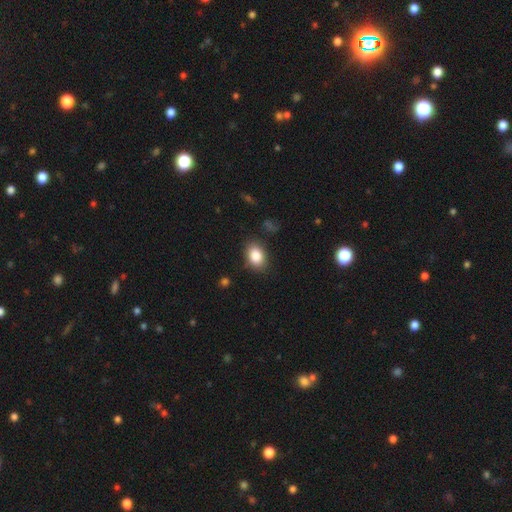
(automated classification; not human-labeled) Smooth or featured?
  - smooth: 86% *
  - star or artifact: 8%
  - featured or disk: 6%
How rounded?
  - in between: 76% *
  - round: 23%
  - cigar-shaped: 1%
Merging?
  - none: 83% *
  - minor disturbance: 12%
  - major disturbance: 3%
  - merger: 2%